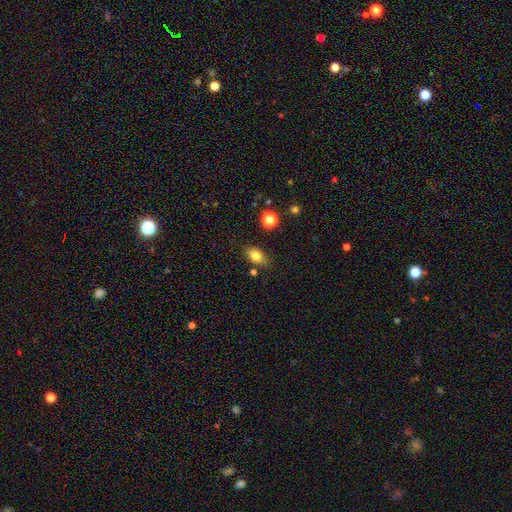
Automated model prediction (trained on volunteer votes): A smooth galaxy with no disk features (79%) that is in between round and cigar-shaped (82%). Merging: none (79%).